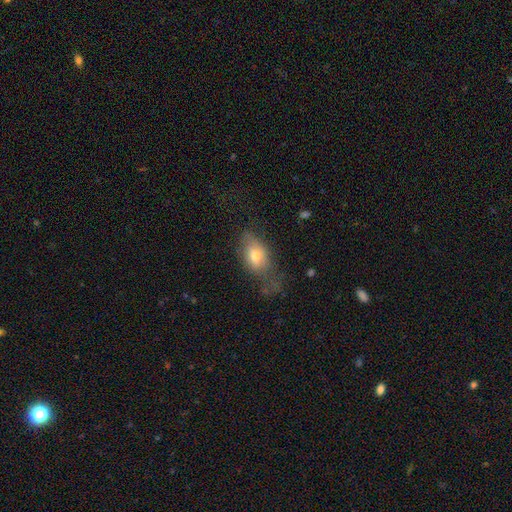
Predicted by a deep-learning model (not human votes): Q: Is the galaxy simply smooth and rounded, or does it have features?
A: smooth — 69%.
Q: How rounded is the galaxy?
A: in between — 85%.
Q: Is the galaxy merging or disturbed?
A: none — 41%.